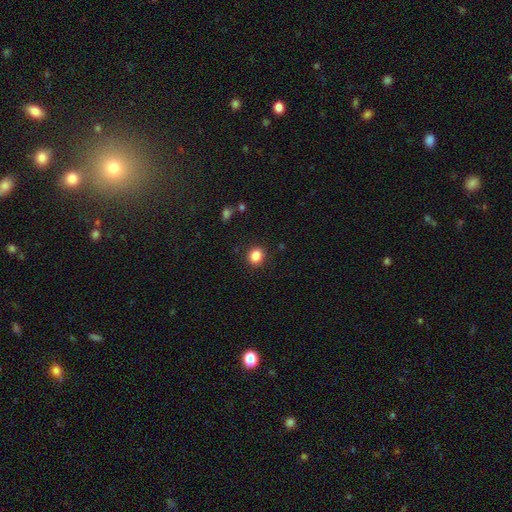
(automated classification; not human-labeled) A smooth galaxy with no disk features (85%) that is round (73%). Merging: none (90%).